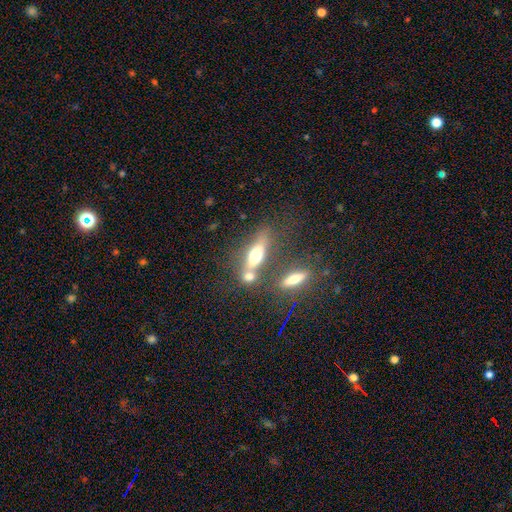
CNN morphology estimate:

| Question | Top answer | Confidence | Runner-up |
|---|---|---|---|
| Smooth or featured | smooth | 51% | featured or disk (38%) |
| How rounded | cigar-shaped | 48% | in between (47%) |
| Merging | none | 46% | merger (36%) |